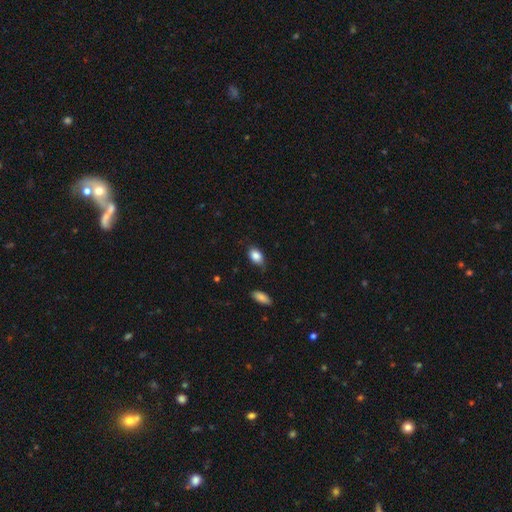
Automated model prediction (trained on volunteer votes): Smooth or featured?
  - smooth: 86% *
  - star or artifact: 8%
  - featured or disk: 6%
How rounded?
  - in between: 85% *
  - round: 13%
  - cigar-shaped: 2%
Merging?
  - none: 72% *
  - minor disturbance: 22%
  - major disturbance: 4%
  - merger: 2%